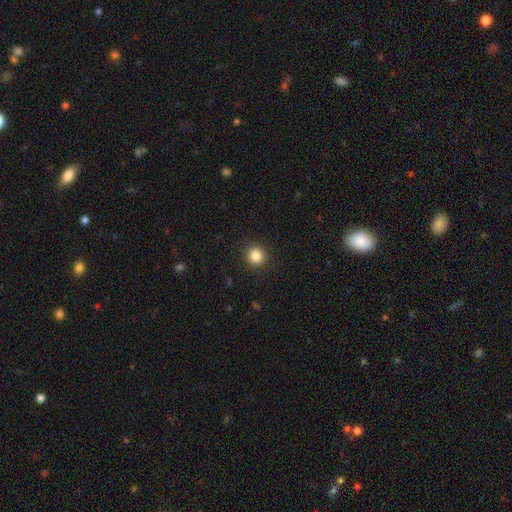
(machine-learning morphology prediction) A smooth galaxy with no disk features (85%) that is round (91%).

Vote fractions:
- Smooth or featured? smooth: 85% / star or artifact: 10% / featured or disk: 4%
- How rounded? round: 91% / in between: 8% / cigar-shaped: 1%
- Merging? none: 91% / minor disturbance: 6% / major disturbance: 2% / merger: 1%